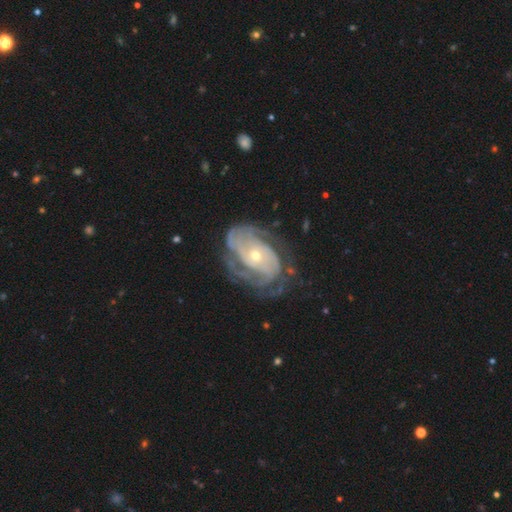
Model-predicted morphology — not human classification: A featured or disk galaxy (88%) with no bar (70%), 2 (29%, tied with can't tell) tight (63%) spiral arms (95%) and a small central bulge (56%). Merging: none (61%).